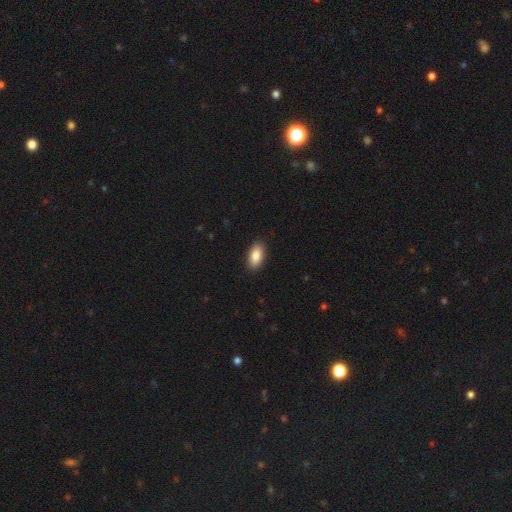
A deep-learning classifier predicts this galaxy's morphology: The model was most divided on "smooth or featured": smooth: 87%, star or artifact: 7%, featured or disk: 7%. More confident: how rounded — in between (92%); merging — none (90%).